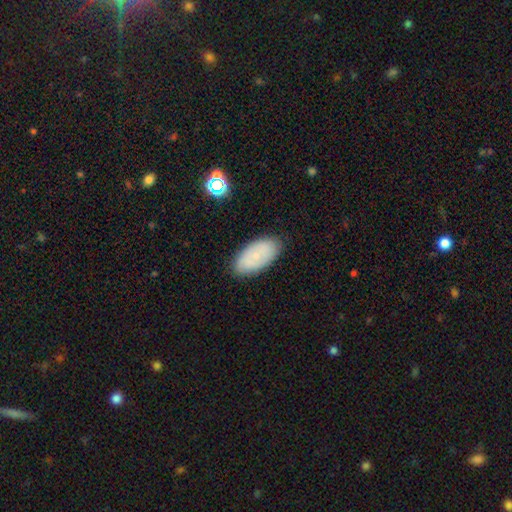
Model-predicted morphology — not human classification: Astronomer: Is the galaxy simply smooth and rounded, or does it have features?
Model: smooth — 65%.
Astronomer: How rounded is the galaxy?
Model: in between — 94%.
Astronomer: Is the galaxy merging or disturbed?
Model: none — 84%.